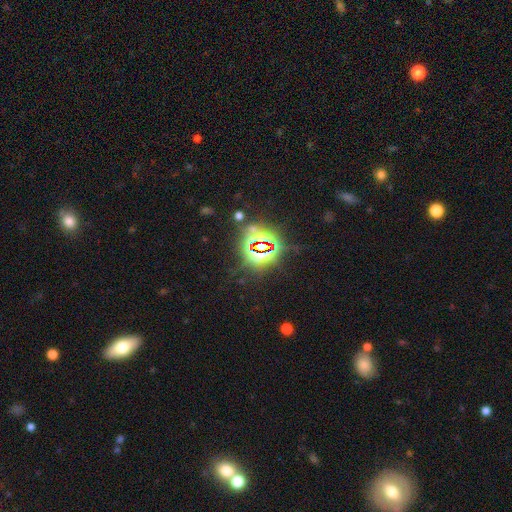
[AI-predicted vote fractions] A star or artifact, not a galaxy (82%).